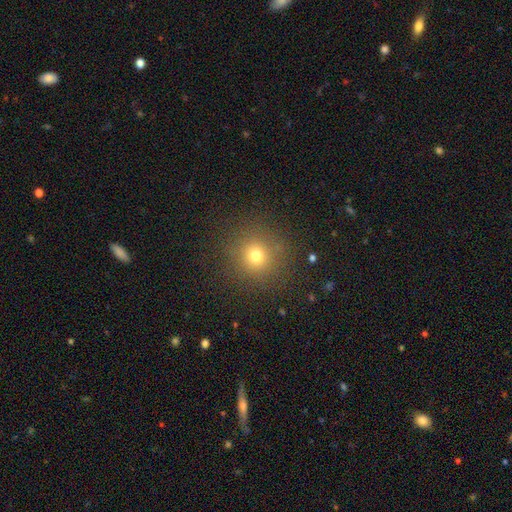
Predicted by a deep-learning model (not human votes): Overall: smooth (73%). How rounded: round (93%). Merging: none (87%).